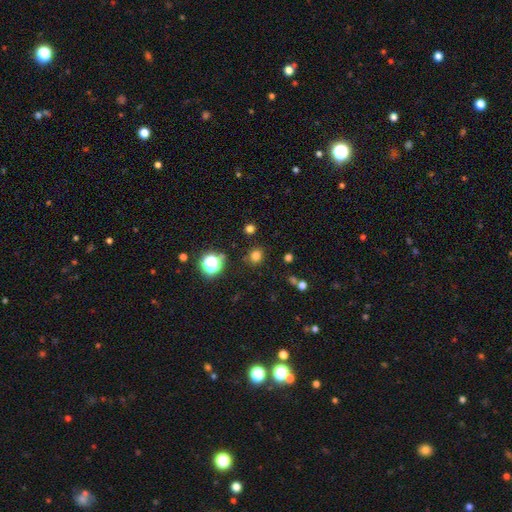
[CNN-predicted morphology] This is likely a smooth galaxy (76%). How rounded: clearly round (86%). Merging: clearly none (87%).